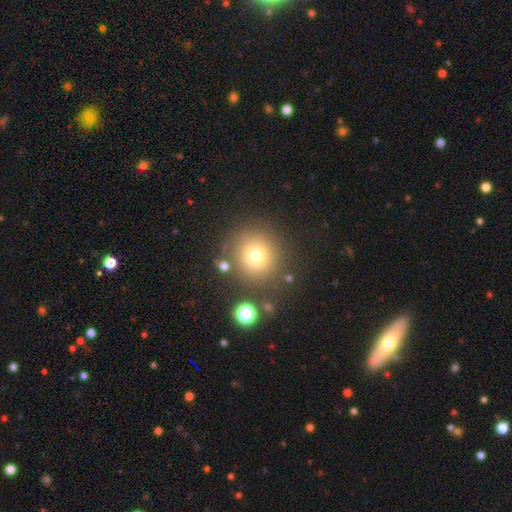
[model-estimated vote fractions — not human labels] A smooth galaxy with no disk features (74%) that is round (93%). Merging: none (83%).